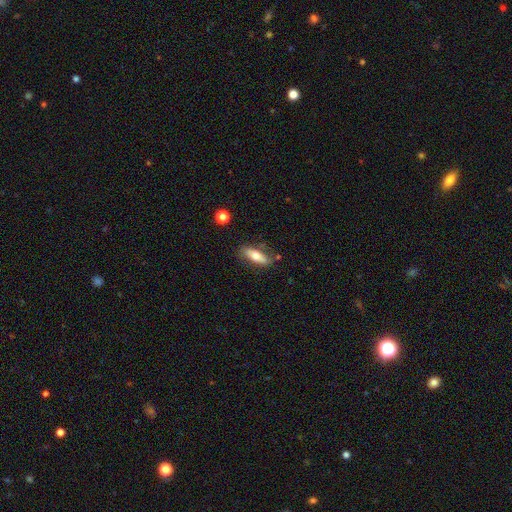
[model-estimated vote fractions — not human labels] This appears to be a smooth galaxy with no disk features (65%) that is in between round and cigar-shaped (58%). Merging: none (76%).